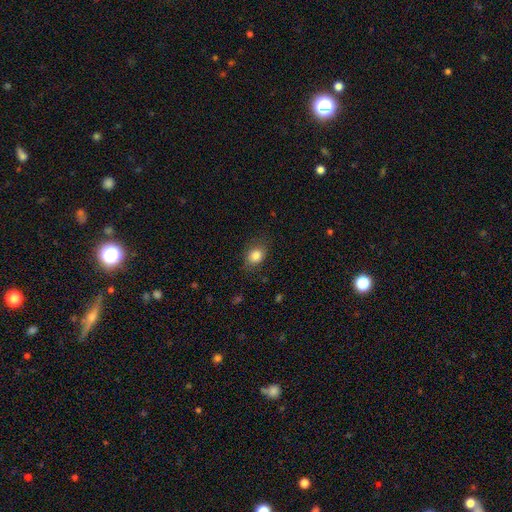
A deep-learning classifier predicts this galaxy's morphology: Smooth or featured? Predicted: smooth (p=0.85). How rounded? Predicted: in between (p=0.57). Merging? Predicted: none (p=0.77).